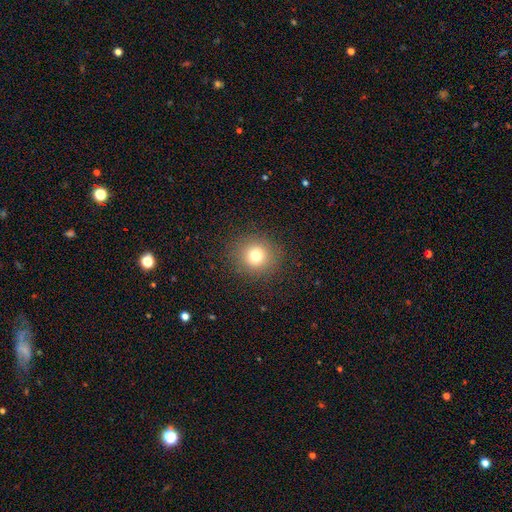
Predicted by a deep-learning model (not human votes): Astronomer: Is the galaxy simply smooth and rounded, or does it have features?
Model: smooth — 76%.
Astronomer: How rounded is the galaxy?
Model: round — 90%.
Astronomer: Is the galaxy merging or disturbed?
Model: none — 90%.